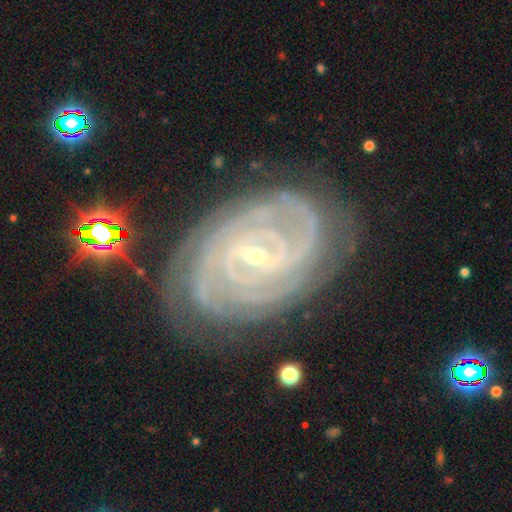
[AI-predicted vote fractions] smooth-or-featured: featured or disk: 91% | star or artifact: 5% | smooth: 4%
  disk-edge-on: no: 97% | yes: 3%
    bar: weak: 44% | strong: 39% | no: 16%
    has-spiral-arms: yes: 98% | no: 2%
      spiral-winding: tight: 81% | medium: 16% | loose: 2%
      spiral-arm-count: 4: 28% | 3: 20% | 2: 18% | can't tell: 17% | more than 4: 11% | 1: 7%
    bulge-size: small: 78% | moderate: 19% | none: 1% | large: 1% | dominant: 1%
  merging: none: 79% | minor disturbance: 15% | major disturbance: 4% | merger: 2%